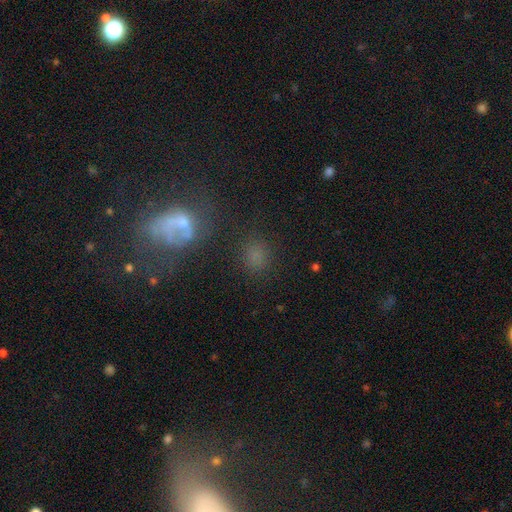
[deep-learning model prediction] The model was most divided on "how rounded": round: 60%, in between: 37%, cigar-shaped: 3%. More confident: merging — none (66%); smooth or featured — smooth (62%).